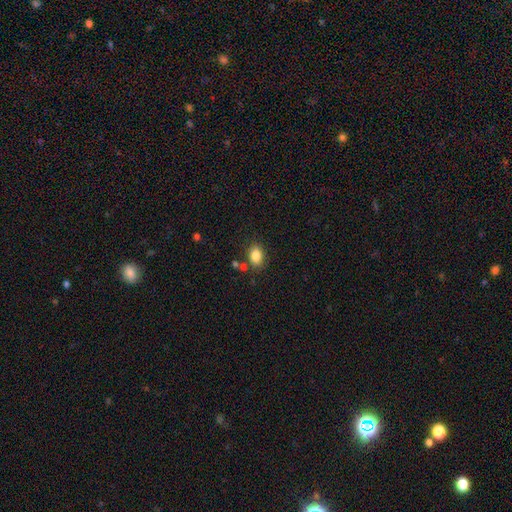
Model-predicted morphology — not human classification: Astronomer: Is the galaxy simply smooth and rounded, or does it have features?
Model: smooth — 85%.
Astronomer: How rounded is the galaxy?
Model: in between — 76%.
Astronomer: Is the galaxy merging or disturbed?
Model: none — 78%.